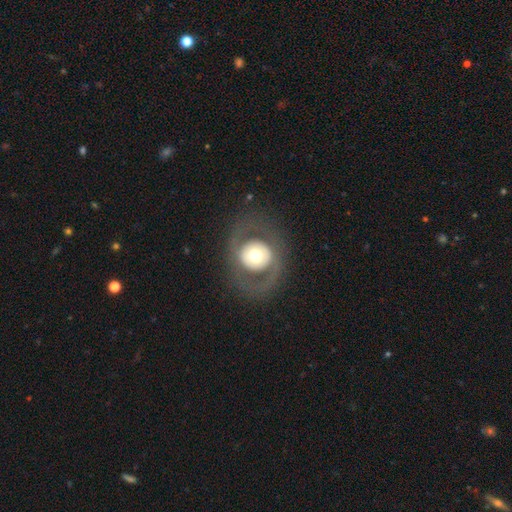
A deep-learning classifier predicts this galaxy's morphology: A featured or disk galaxy (58%) with no bar (81%), no spiral arms (74%) and a moderate central bulge (53%).

Vote fractions:
- Smooth or featured? featured or disk: 58% / smooth: 35% / star or artifact: 7%
- Edge-on disk? no: 95% / yes: 5%
- Bar? no: 81% / weak: 13% / strong: 6%
- Spiral arms? no: 74% / yes: 26%
- Bulge size? moderate: 53% / large: 36% / dominant: 6% / small: 4% / none: 1%
- Merging? none: 77% / major disturbance: 12% / minor disturbance: 10% / merger: 1%